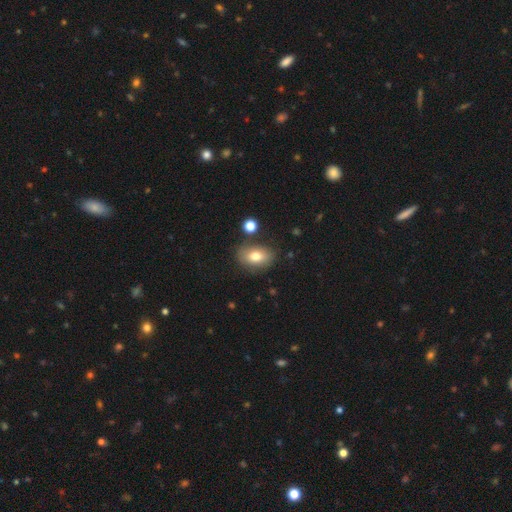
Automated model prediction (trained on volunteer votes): Q: Smooth or featured?
A: smooth (76%); runner-up: featured or disk (15%)
Q: How rounded?
A: in between (81%); runner-up: round (18%)
Q: Merging?
A: none (76%); runner-up: minor disturbance (15%)